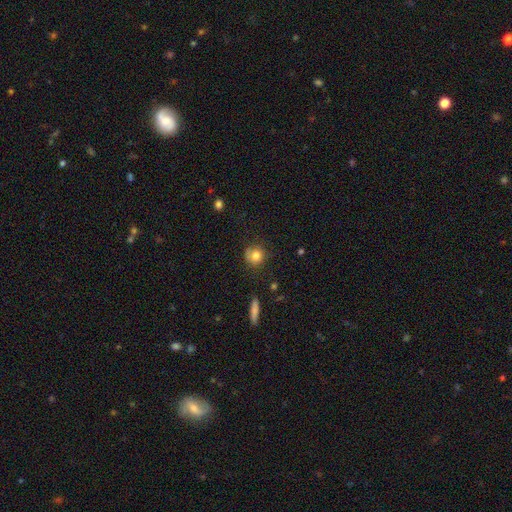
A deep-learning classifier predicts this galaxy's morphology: This is likely a smooth galaxy (78%). How rounded: clearly round (82%). Merging: likely none (66%).